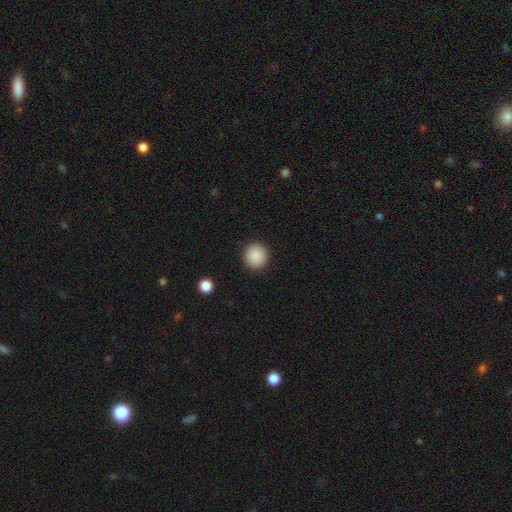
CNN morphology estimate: Smooth or featured: smooth — 89% (star or artifact — 8%)
How rounded: round — 91% (in between — 8%)
Merging: none — 91% (minor disturbance — 6%)